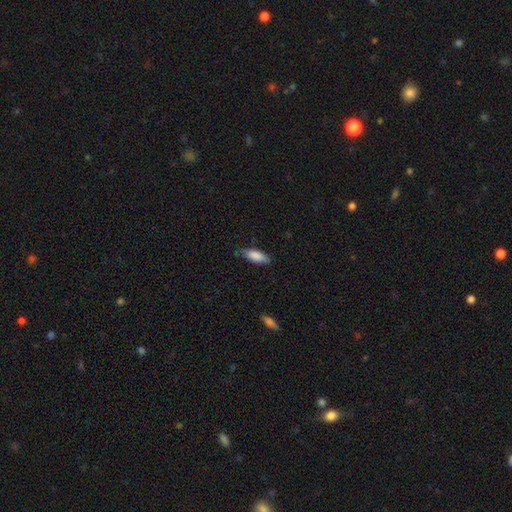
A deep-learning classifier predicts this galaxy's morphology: smooth-or-featured: smooth: 87% | featured or disk: 7% | star or artifact: 6%
  how-rounded: in between: 76% | cigar-shaped: 22% | round: 2%
  merging: none: 74% | minor disturbance: 21% | major disturbance: 3% | merger: 1%